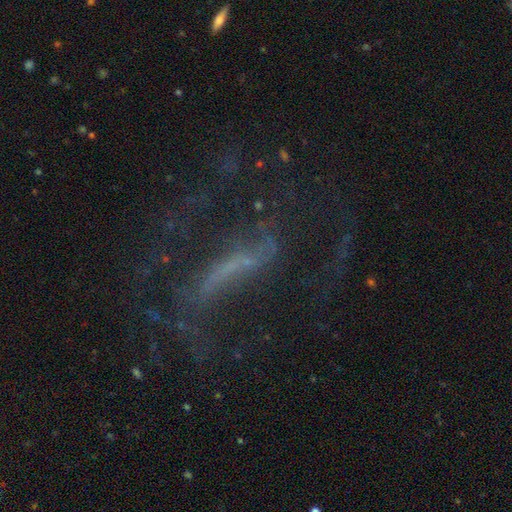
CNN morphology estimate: Q: Smooth or featured?
A: featured or disk (71%); runner-up: star or artifact (17%)
Q: Edge-on disk?
A: no (83%); runner-up: yes (17%)
Q: Bar?
A: strong (50%); runner-up: weak (28%)
Q: Spiral arms?
A: yes (72%); runner-up: no (28%)
Q: Bulge size?
A: none (45%); runner-up: small (39%)
Q: Merging?
A: none (51%); runner-up: major disturbance (30%)